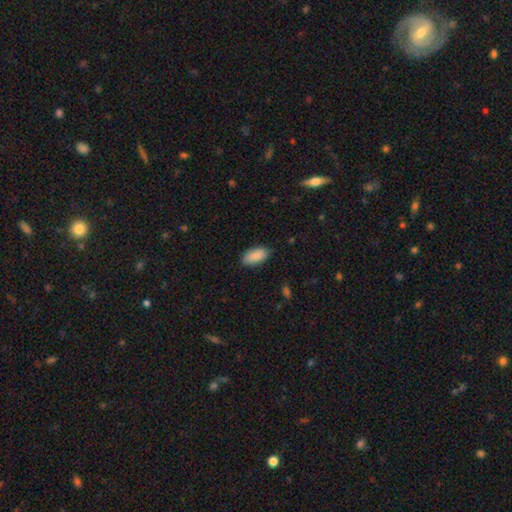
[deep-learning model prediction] Smooth or featured?
  - smooth: 90% *
  - star or artifact: 6%
  - featured or disk: 4%
How rounded?
  - in between: 94% *
  - cigar-shaped: 4%
  - round: 2%
Merging?
  - none: 84% *
  - minor disturbance: 12%
  - major disturbance: 2%
  - merger: 1%